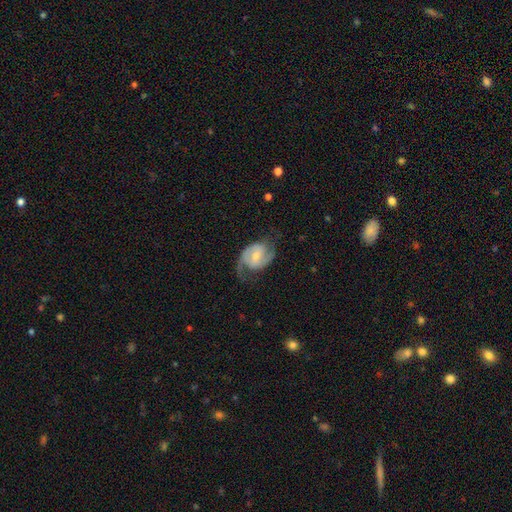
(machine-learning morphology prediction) Smooth or featured?
  - featured or disk: 86% *
  - smooth: 9%
  - star or artifact: 5%
Edge-on disk?
  - no: 98% *
  - yes: 2%
Bar?
  - weak: 46% *
  - no: 38%
  - strong: 16%
Spiral arms?
  - yes: 96% *
  - no: 4%
Spiral winding?
  - medium: 51% *
  - loose: 26%
  - tight: 22%
Spiral arm count?
  - 2: 91% *
  - can't tell: 4%
  - 1: 2%
  - 3: 1%
  - 4: 1%
  - more than 4: 1%
Bulge size?
  - moderate: 47% *
  - small: 45%
  - large: 3%
  - none: 3%
  - dominant: 1%
Merging?
  - none: 70% *
  - minor disturbance: 18%
  - major disturbance: 11%
  - merger: 1%